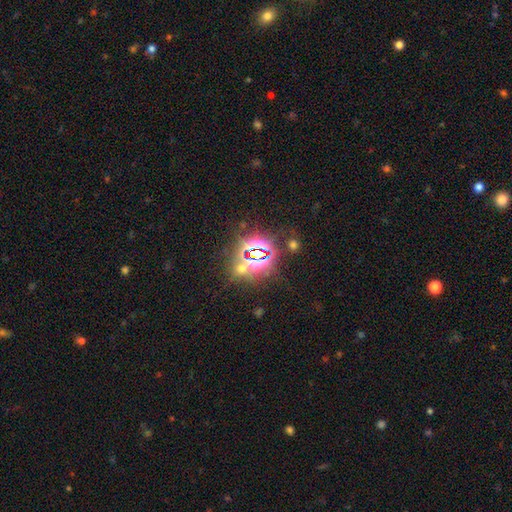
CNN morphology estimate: A star or artifact, not a galaxy (77%).

Vote fractions:
- Smooth or featured? star or artifact: 77% / smooth: 16% / featured or disk: 8%